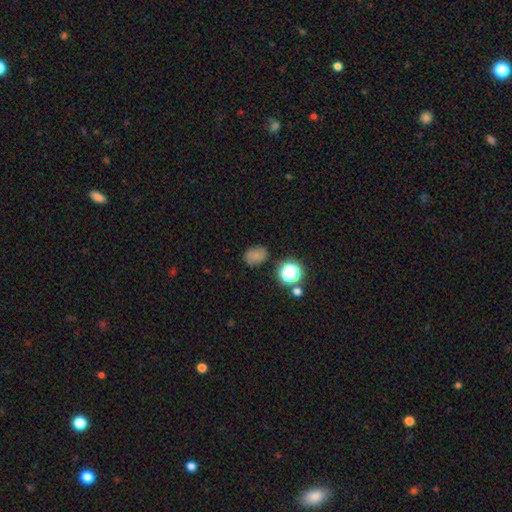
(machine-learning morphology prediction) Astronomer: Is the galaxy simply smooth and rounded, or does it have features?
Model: smooth — 69%.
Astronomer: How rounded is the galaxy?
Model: in between — 52% (runner-up: round, 47%).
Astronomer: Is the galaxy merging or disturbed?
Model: none — 74%.